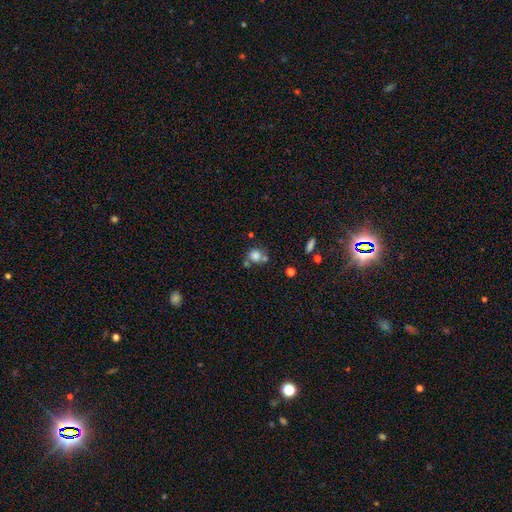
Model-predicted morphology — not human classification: smooth_or_featured: smooth (p=0.79) [alt: star or artifact p=0.12]
how_rounded: round (p=0.82) [alt: in between p=0.17]
merging: none (p=0.53) [alt: merger p=0.27]